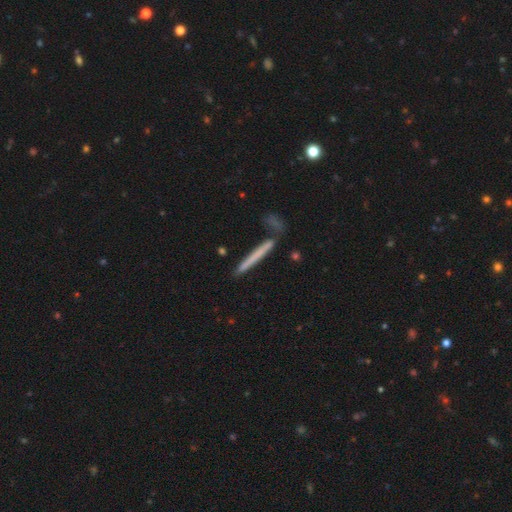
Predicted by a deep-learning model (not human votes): Overall: smooth (60%; featured or disk 34%). How rounded: cigar-shaped (97%). Merging: none (80%).